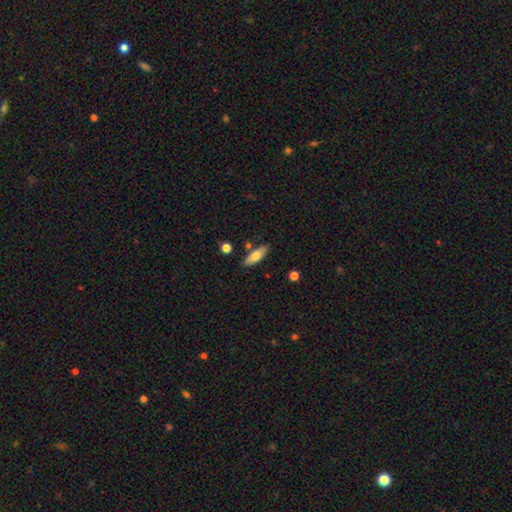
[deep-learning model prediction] Overall: smooth (66%; featured or disk 28%). How rounded: in between (55%; cigar-shaped 42%). Merging: none (81%).